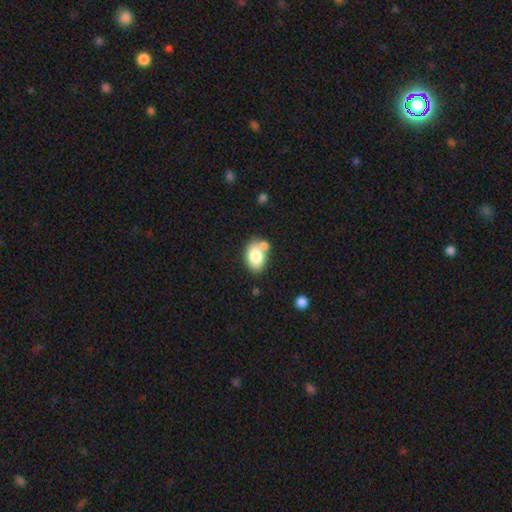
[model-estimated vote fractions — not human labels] This appears to be a smooth galaxy with no disk features (79%) that is in between round and cigar-shaped (84%). Merging: none (54%).